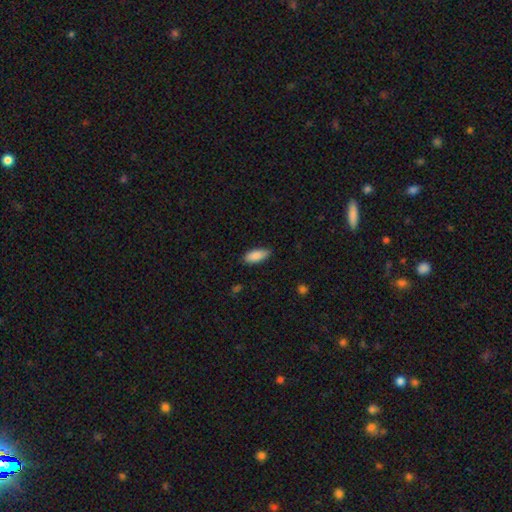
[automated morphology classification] This appears to be a smooth galaxy with no disk features (89%) that is in between round and cigar-shaped (86%). Merging: none (81%).